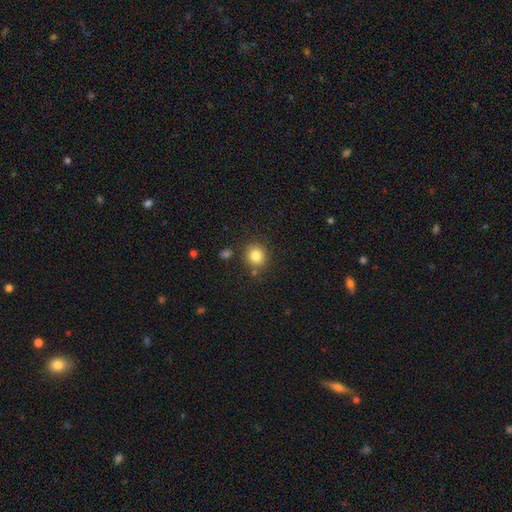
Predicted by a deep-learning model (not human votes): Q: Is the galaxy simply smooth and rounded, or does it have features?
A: smooth — 84%.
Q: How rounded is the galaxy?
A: round — 84%.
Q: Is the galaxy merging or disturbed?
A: none — 82%.